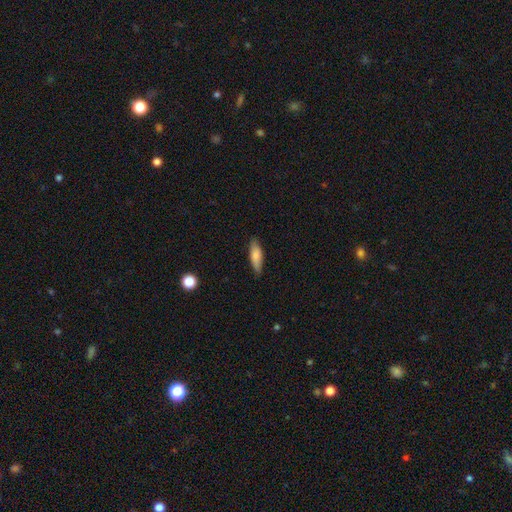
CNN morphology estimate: This appears to be a smooth galaxy with no disk features (77%) that is cigar-shaped (51%). Merging: none (81%).